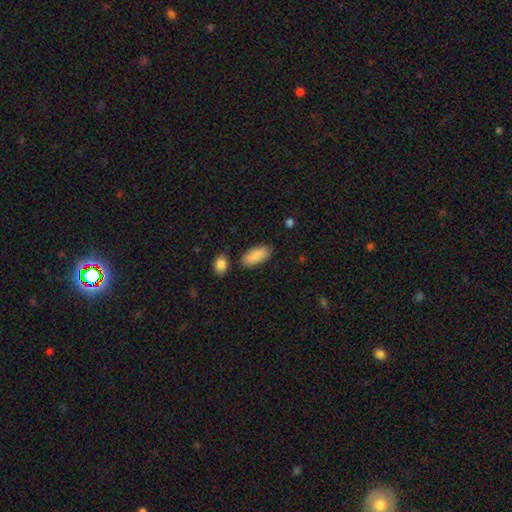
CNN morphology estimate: Q: Smooth or featured?
A: smooth (88%); runner-up: featured or disk (7%)
Q: How rounded?
A: in between (90%); runner-up: cigar-shaped (8%)
Q: Merging?
A: none (80%); runner-up: minor disturbance (13%)